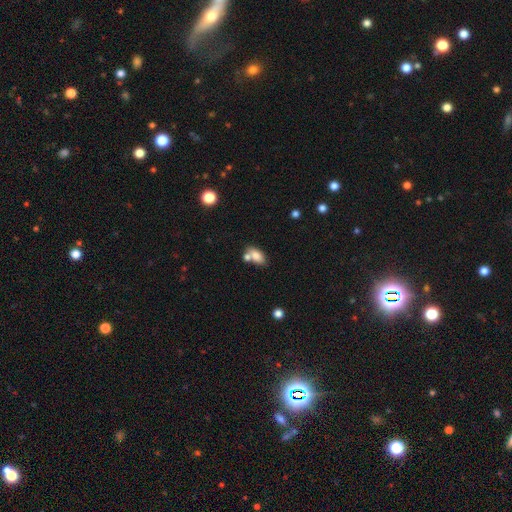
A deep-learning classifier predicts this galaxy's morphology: This appears to be a smooth galaxy with no disk features (80%) that is in between round and cigar-shaped (88%). Merging: none (49%).